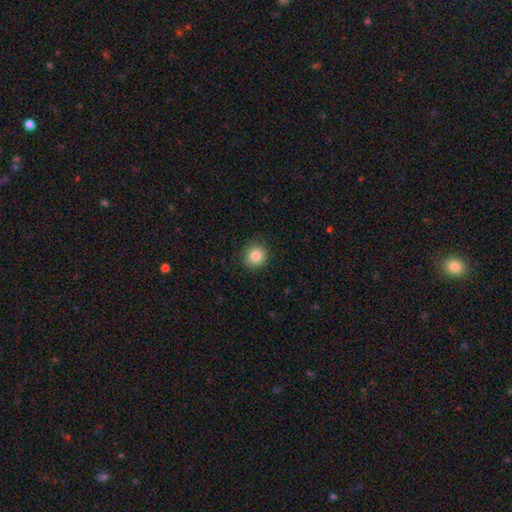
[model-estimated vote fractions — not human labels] A smooth galaxy with no disk features (85%) that is round (91%).

Vote fractions:
- Smooth or featured? smooth: 85% / star or artifact: 10% / featured or disk: 5%
- How rounded? round: 91% / in between: 9% / cigar-shaped: 1%
- Merging? none: 89% / minor disturbance: 8% / major disturbance: 2% / merger: 1%